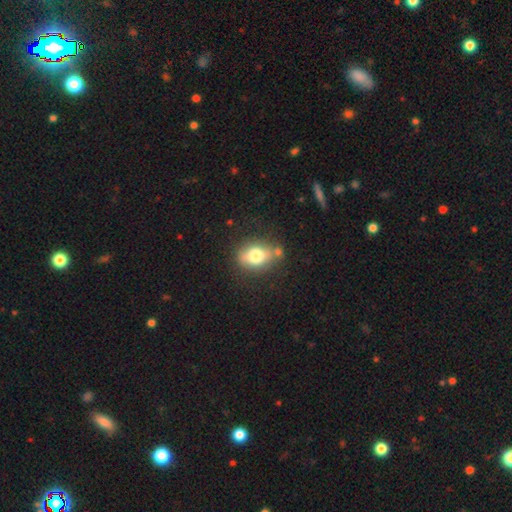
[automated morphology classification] smooth-or-featured: smooth: 71% | featured or disk: 20% | star or artifact: 9%
  how-rounded: in between: 66% | round: 32% | cigar-shaped: 2%
  merging: none: 67% | minor disturbance: 18% | merger: 10% | major disturbance: 5%